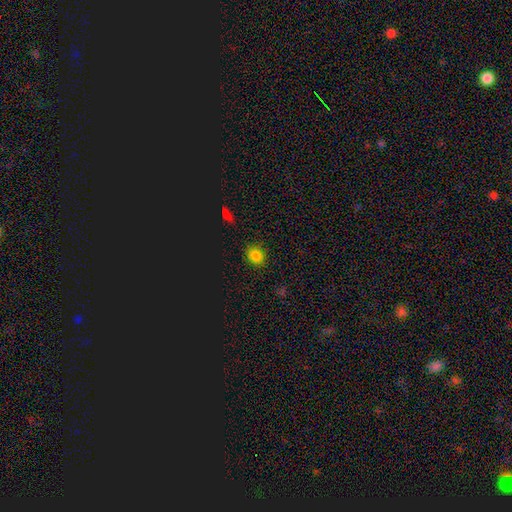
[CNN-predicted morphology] smooth_or_featured: smooth (p=0.78) [alt: star or artifact p=0.17]
how_rounded: round (p=0.74) [alt: in between p=0.25]
merging: none (p=0.86) [alt: minor disturbance p=0.09]